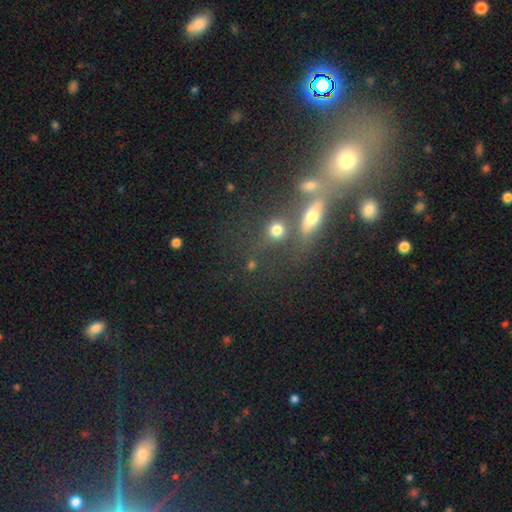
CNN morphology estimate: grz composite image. It shows a star or artifact, not a galaxy (44%).